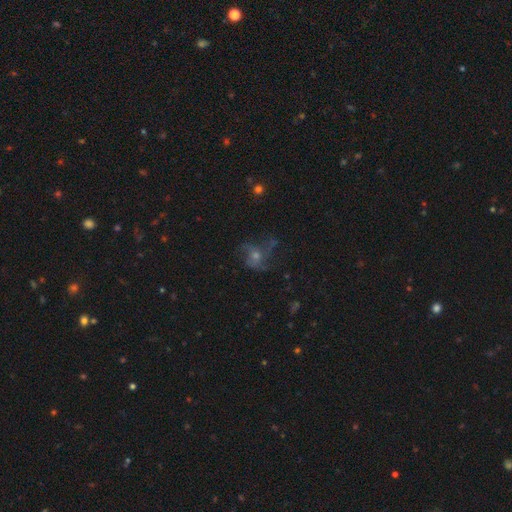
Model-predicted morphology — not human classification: Smooth or featured?
  - featured or disk: 55% *
  - star or artifact: 24%
  - smooth: 22%
Edge-on disk?
  - no: 96% *
  - yes: 4%
Bar?
  - no: 75% *
  - weak: 21%
  - strong: 4%
Spiral arms?
  - yes: 78% *
  - no: 22%
Bulge size?
  - moderate: 46% *
  - small: 41%
  - none: 6%
  - large: 5%
  - dominant: 2%
Merging?
  - none: 58% *
  - major disturbance: 22%
  - minor disturbance: 18%
  - merger: 2%